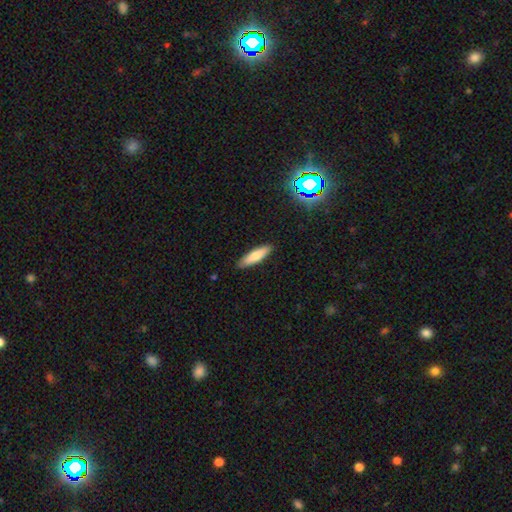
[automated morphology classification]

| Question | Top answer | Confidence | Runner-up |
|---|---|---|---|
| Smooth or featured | smooth | 75% | featured or disk (18%) |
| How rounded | cigar-shaped | 67% | in between (32%) |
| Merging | none | 89% | minor disturbance (9%) |